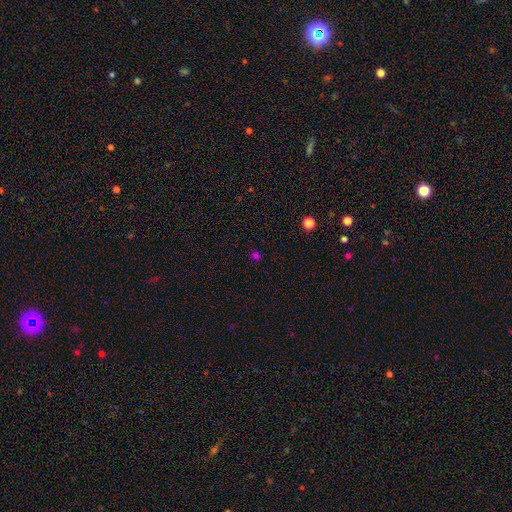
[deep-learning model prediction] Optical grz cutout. It shows a smooth galaxy with no disk features (57%) that is round (78%). Merging: none (84%).